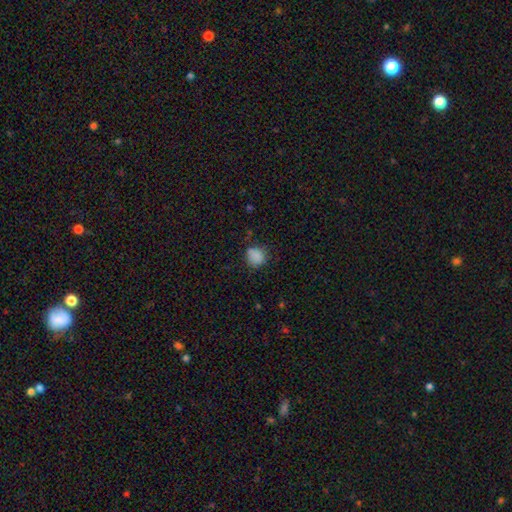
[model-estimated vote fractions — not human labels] Smooth or featured?
  - smooth: 85% *
  - star or artifact: 11%
  - featured or disk: 5%
How rounded?
  - round: 76% *
  - in between: 23%
  - cigar-shaped: 1%
Merging?
  - none: 71% *
  - minor disturbance: 22%
  - major disturbance: 5%
  - merger: 2%